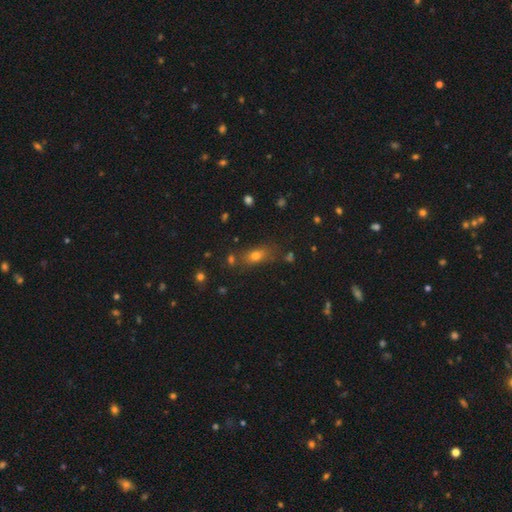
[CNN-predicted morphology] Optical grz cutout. It shows a smooth galaxy with no disk features (70%) that is in between round and cigar-shaped (66%). Merging: none (70%).